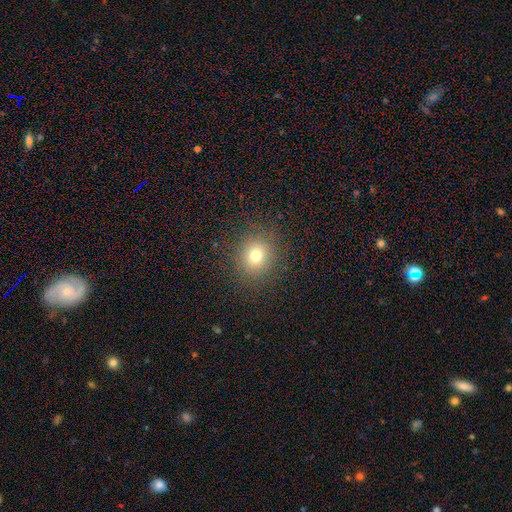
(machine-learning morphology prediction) The model was most divided on "smooth or featured": smooth: 73%, star or artifact: 17%, featured or disk: 9%. More confident: merging — none (87%); how rounded — round (84%).